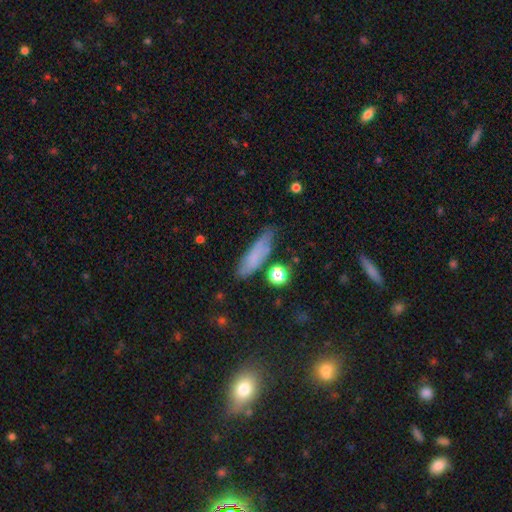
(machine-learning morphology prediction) type=smooth (70%); roundness=cigar-shaped (64%); merging=none (66%).